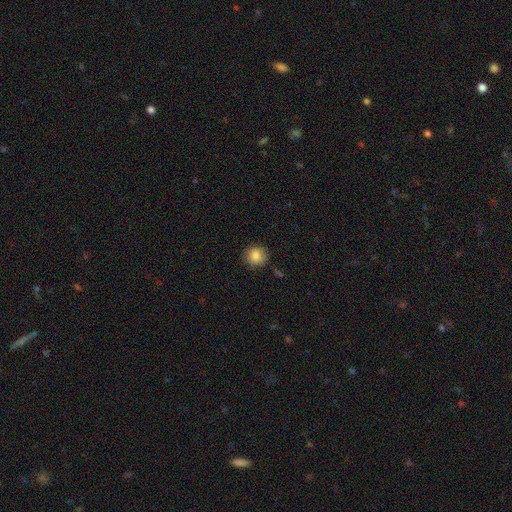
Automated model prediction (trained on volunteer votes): Morphology: type=smooth (86%); roundness=round (88%); merging=none (86%).